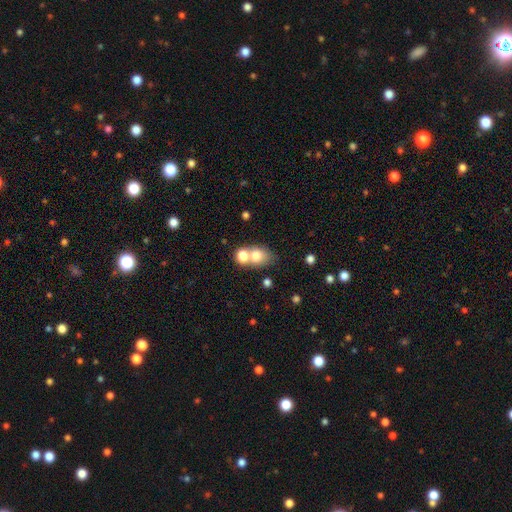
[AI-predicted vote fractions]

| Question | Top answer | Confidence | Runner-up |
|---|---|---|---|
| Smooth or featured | smooth | 76% | featured or disk (13%) |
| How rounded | in between | 54% | round (45%) |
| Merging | merger | 45% | none (39%) |